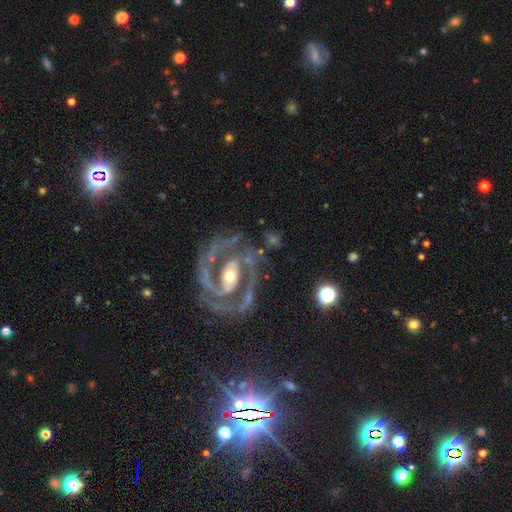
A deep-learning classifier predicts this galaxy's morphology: smooth_or_featured: featured or disk (p=0.88) [alt: star or artifact p=0.09]
disk_edge_on: no (p=0.96) [alt: yes p=0.04]
bar: strong (p=0.50) [alt: weak p=0.32]
has_spiral_arms: yes (p=0.97) [alt: no p=0.03]
spiral_winding: tight (p=0.47) [alt: medium p=0.45]
spiral_arm_count: 2 (p=0.82) [alt: 3 p=0.06]
bulge_size: moderate (p=0.52) [alt: small p=0.42]
merging: none (p=0.72) [alt: minor disturbance p=0.15]